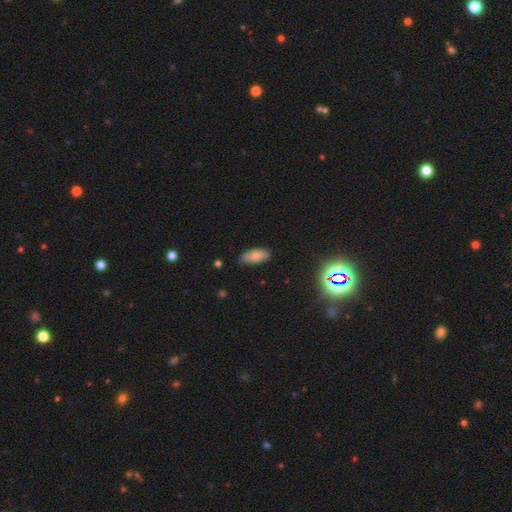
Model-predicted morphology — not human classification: smooth_or_featured: smooth (p=0.76) [alt: featured or disk p=0.15]
how_rounded: in between (p=0.84) [alt: cigar-shaped p=0.13]
merging: none (p=0.83) [alt: minor disturbance p=0.14]